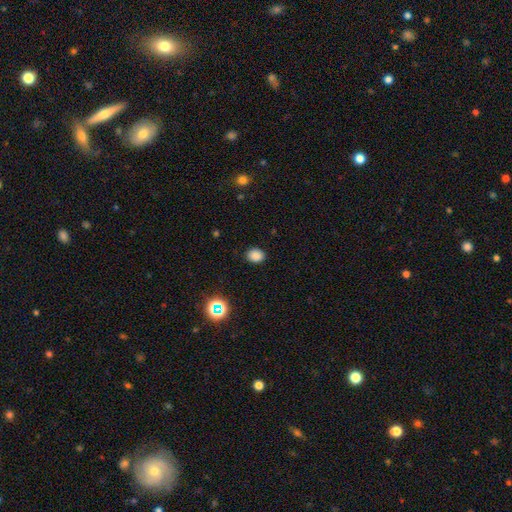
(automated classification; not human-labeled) The model was most divided on "how rounded": round: 51%, in between: 48%, cigar-shaped: 1%. More confident: merging — none (88%); smooth or featured — smooth (82%).